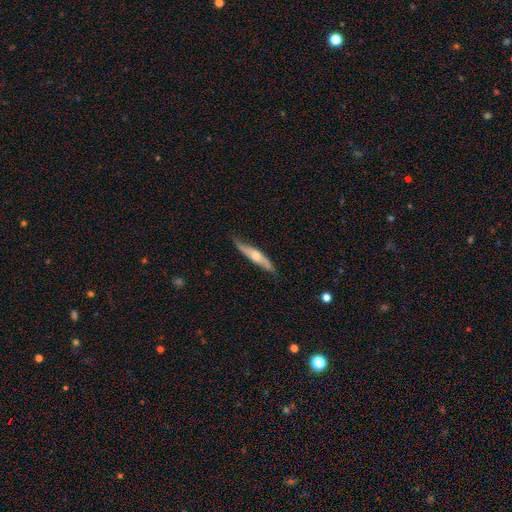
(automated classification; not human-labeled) This appears to be a featured or disk galaxy (62%) viewed edge-on (75%). Merging: none (71%).